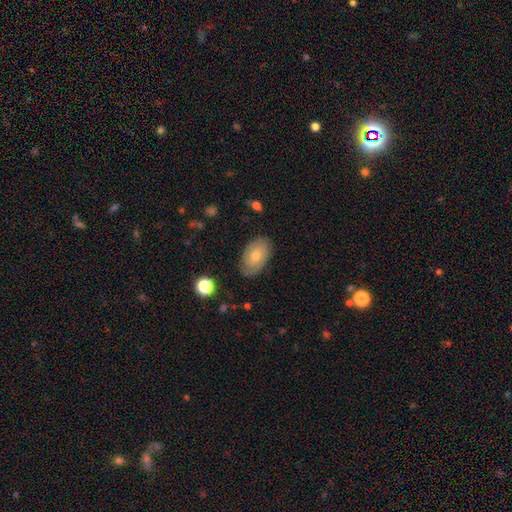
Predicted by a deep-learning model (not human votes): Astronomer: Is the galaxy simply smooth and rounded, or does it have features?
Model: smooth — 51% (runner-up: featured or disk, 40%).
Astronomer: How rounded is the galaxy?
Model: in between — 91%.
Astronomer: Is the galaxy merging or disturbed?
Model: none — 81%.